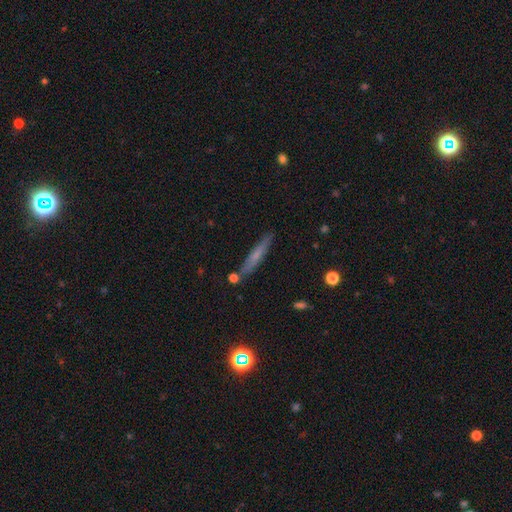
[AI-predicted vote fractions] This appears to be a smooth galaxy with no disk features (55%) that is cigar-shaped (92%). Merging: none (82%).